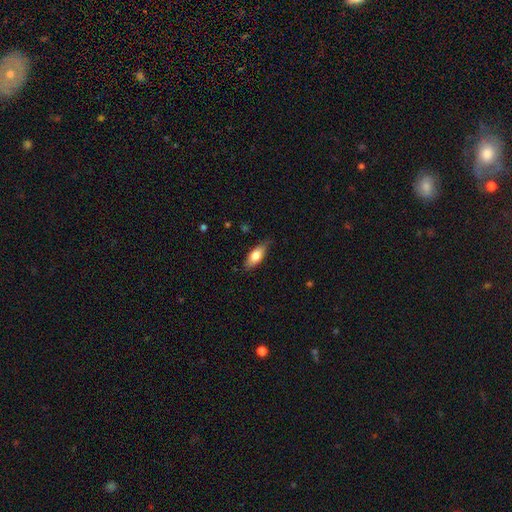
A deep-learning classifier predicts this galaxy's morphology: Q: Smooth or featured?
A: smooth (72%); runner-up: featured or disk (22%)
Q: How rounded?
A: in between (76%); runner-up: cigar-shaped (22%)
Q: Merging?
A: none (76%); runner-up: minor disturbance (20%)